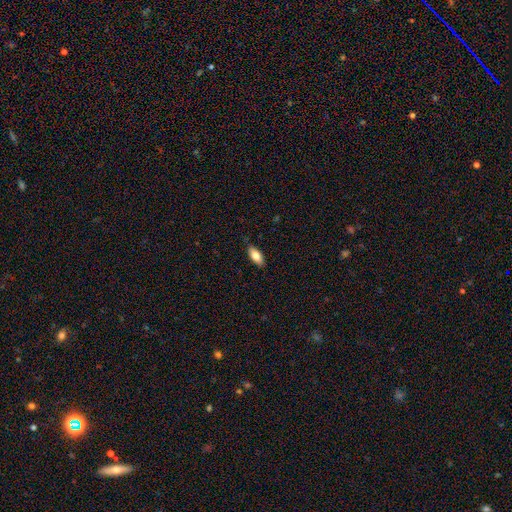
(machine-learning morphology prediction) Q: Smooth or featured?
A: smooth (80%); runner-up: featured or disk (13%)
Q: How rounded?
A: in between (86%); runner-up: cigar-shaped (11%)
Q: Merging?
A: none (87%); runner-up: minor disturbance (11%)